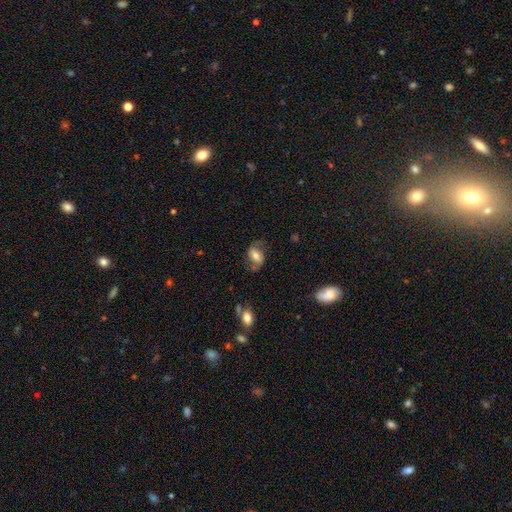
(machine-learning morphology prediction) Smooth or featured? featured or disk (49%)
Merging? none (61%)